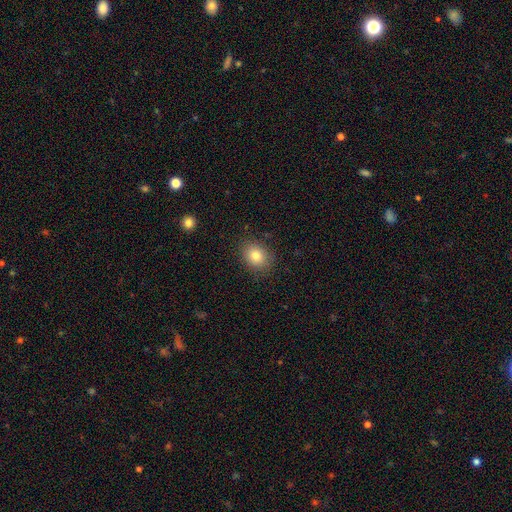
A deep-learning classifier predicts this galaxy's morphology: smooth_or_featured: smooth (p=0.82) [alt: star or artifact p=0.10]
how_rounded: in between (p=0.53) [alt: round p=0.47]
merging: none (p=0.86) [alt: minor disturbance p=0.10]